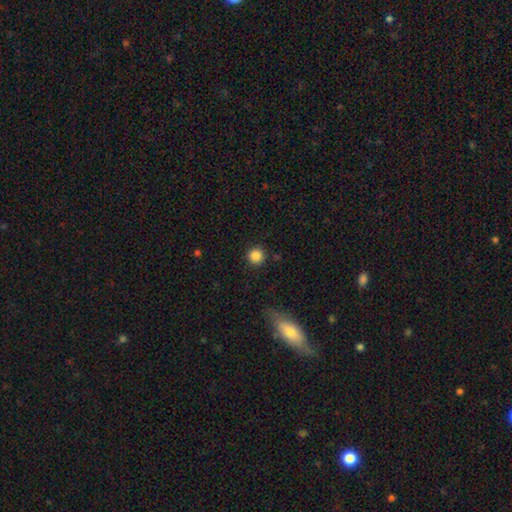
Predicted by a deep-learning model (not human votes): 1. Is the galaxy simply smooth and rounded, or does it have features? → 86% smooth, 11% star or artifact, 3% featured or disk.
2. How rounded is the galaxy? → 95% round, 4% in between, 1% cigar-shaped.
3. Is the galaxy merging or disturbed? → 89% none, 6% minor disturbance, 2% major disturbance, 2% merger.